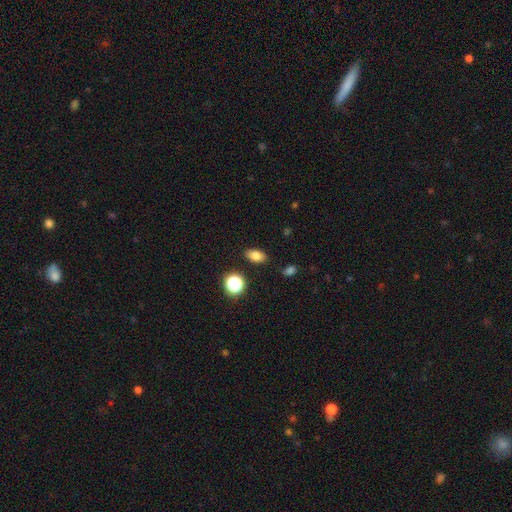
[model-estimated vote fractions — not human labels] smooth_or_featured: smooth (p=0.80) [alt: star or artifact p=0.13]
how_rounded: in between (p=0.84) [alt: round p=0.13]
merging: none (p=0.86) [alt: minor disturbance p=0.09]